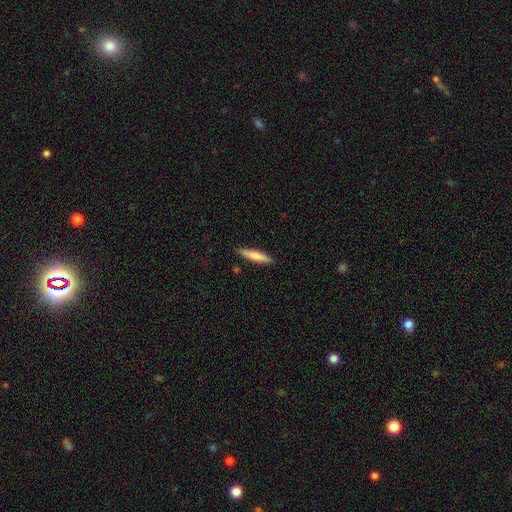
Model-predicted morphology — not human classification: Overall: smooth (76%). How rounded: cigar-shaped (86%). Merging: none (87%).